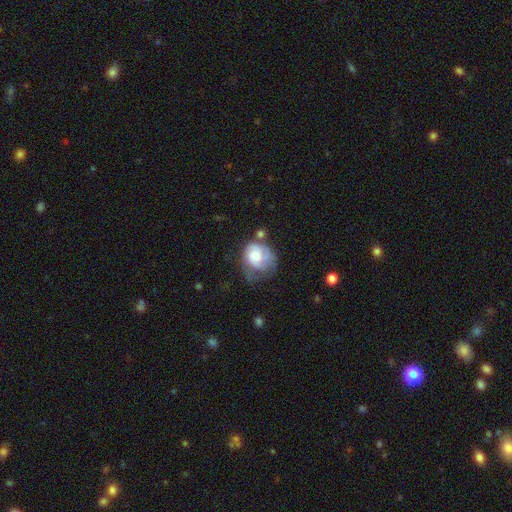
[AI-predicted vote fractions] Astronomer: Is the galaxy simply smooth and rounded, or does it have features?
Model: featured or disk — 47% (runner-up: smooth, 45%).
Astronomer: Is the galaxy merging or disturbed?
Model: none — 32% (runner-up: major disturbance, 31%).